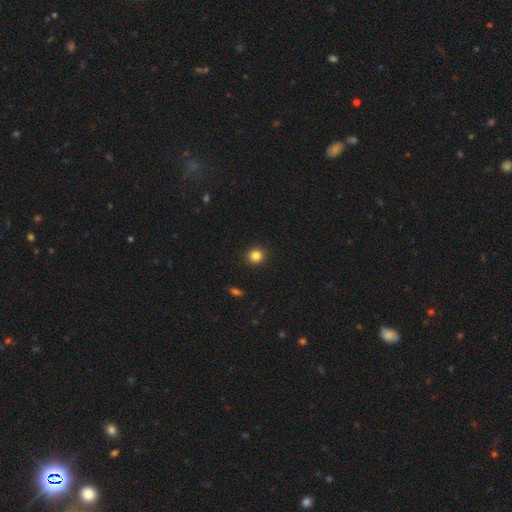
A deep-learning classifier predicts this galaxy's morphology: This appears to be a smooth galaxy with no disk features (84%) that is round (91%). Merging: none (92%).